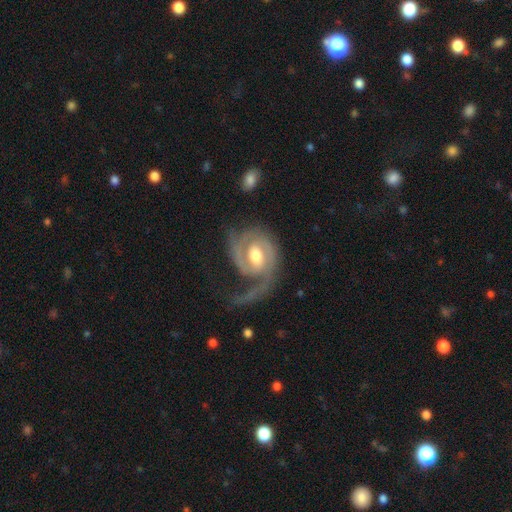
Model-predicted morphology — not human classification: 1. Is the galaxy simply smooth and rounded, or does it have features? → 89% featured or disk, 7% smooth, 4% star or artifact.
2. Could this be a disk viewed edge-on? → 97% no, 3% yes.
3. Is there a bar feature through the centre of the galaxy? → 50% weak, 26% no, 24% strong.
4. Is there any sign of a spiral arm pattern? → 96% yes, 4% no.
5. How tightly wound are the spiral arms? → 43% tight, 41% medium, 16% loose.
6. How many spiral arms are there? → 58% 2, 28% 1, 6% can't tell, 4% 3, 2% 4, 2% more than 4.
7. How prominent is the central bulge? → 70% moderate, 14% large, 13% small, 1% none, 1% dominant.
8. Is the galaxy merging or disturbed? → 45% none, 33% major disturbance, 20% minor disturbance, 3% merger.